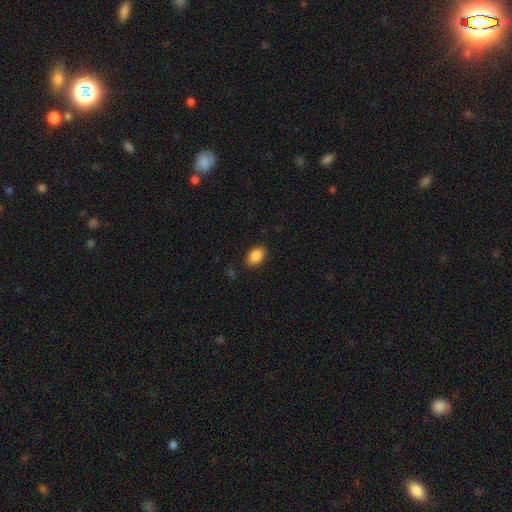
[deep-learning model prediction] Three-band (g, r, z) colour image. It shows a smooth galaxy with no disk features (87%) that is in between round and cigar-shaped (86%). Merging: none (87%).